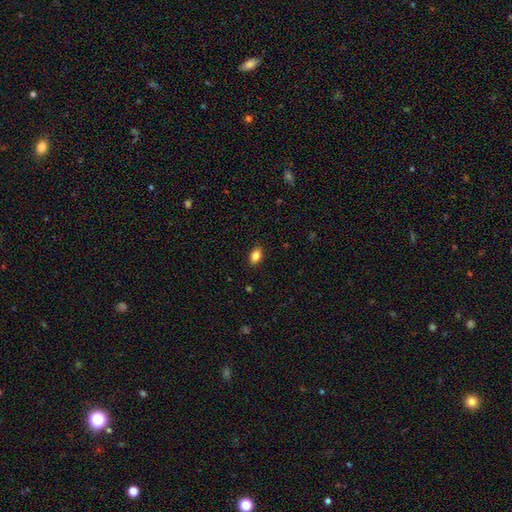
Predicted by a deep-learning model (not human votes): Smooth or featured? smooth (86%)
How rounded? in between (87%)
Merging? none (88%)